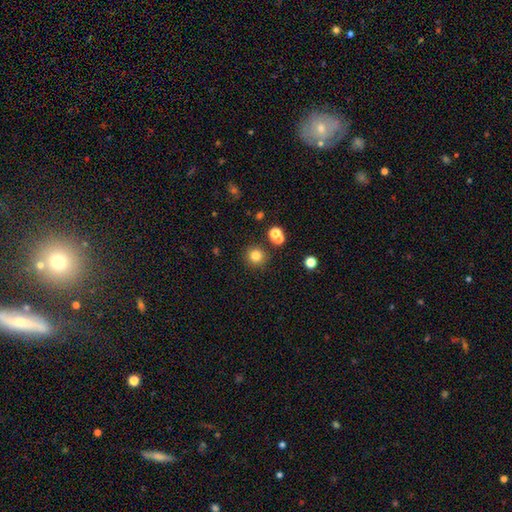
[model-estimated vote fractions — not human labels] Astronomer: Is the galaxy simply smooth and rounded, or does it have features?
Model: smooth — 80%.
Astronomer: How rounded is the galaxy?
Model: round — 93%.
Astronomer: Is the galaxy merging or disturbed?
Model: none — 83%.